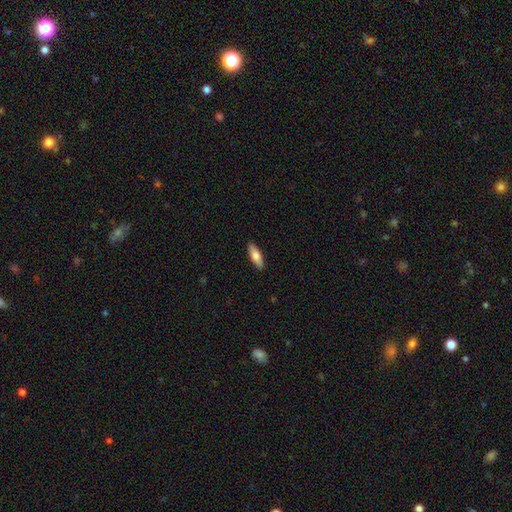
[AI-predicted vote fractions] smooth-or-featured: smooth: 72% | featured or disk: 23% | star or artifact: 6%
  how-rounded: in between: 55% | cigar-shaped: 43% | round: 2%
  merging: none: 90% | minor disturbance: 8% | major disturbance: 2% | merger: 1%